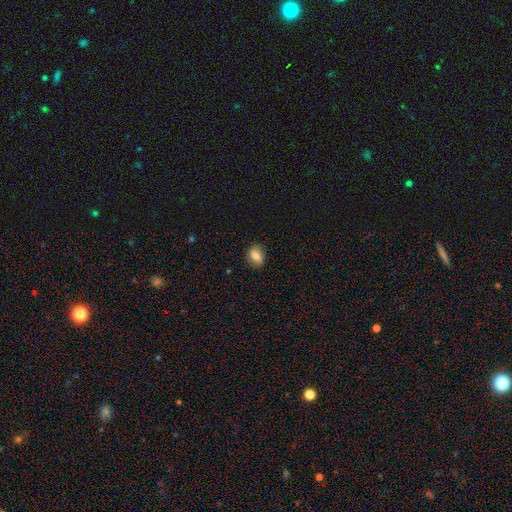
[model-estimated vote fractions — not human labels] Overall: smooth (76%). How rounded: in between (66%; round 32%). Merging: none (82%).